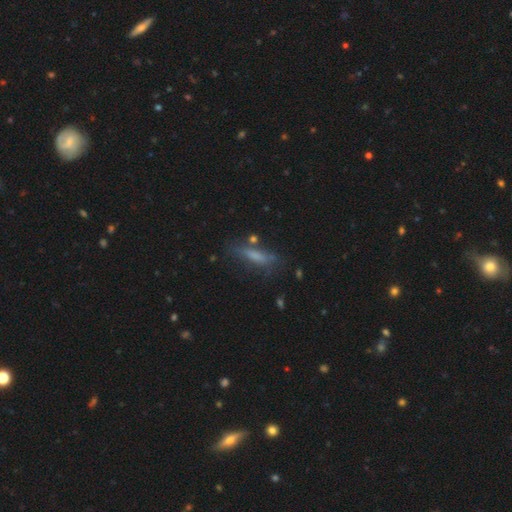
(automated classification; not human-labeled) Smooth or featured?
  - smooth: 59% *
  - featured or disk: 30%
  - star or artifact: 11%
How rounded?
  - cigar-shaped: 71% *
  - in between: 27%
  - round: 2%
Merging?
  - none: 65% *
  - minor disturbance: 21%
  - major disturbance: 9%
  - merger: 5%